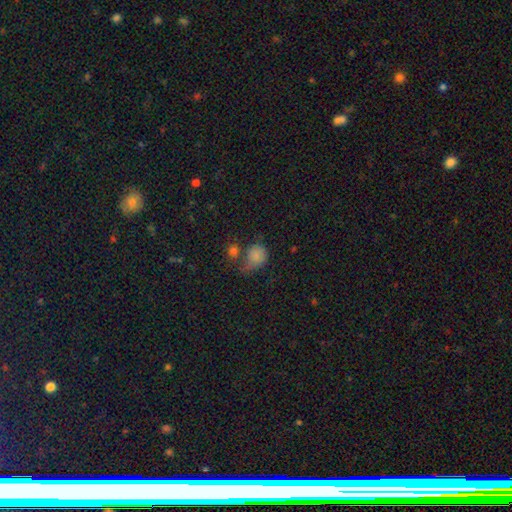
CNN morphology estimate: type=smooth (77%); roundness=round (60%); merging=none (34%).